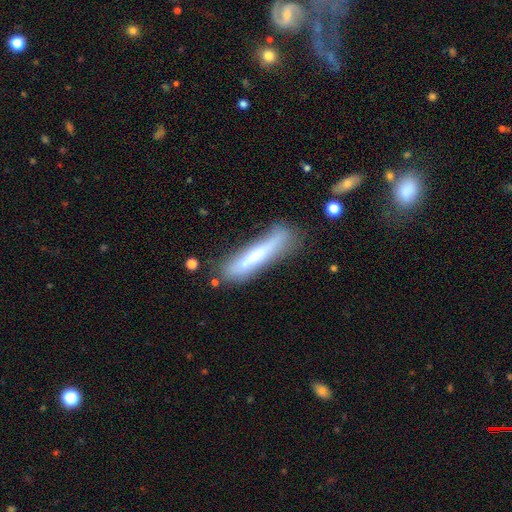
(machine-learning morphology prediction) A smooth galaxy with no disk features (55%) that is cigar-shaped (88%). Merging: none (66%).